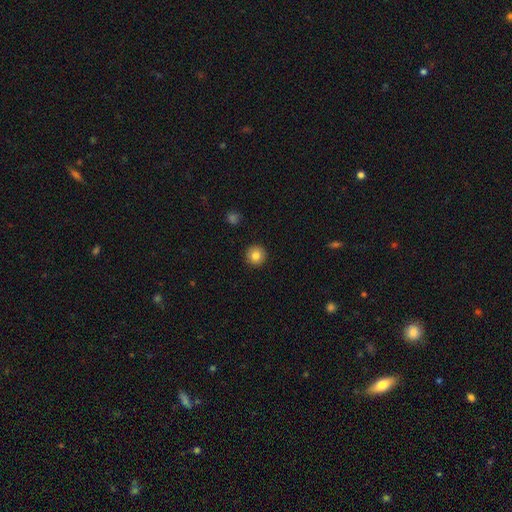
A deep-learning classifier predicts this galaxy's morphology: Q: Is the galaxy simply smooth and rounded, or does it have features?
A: smooth — 82%.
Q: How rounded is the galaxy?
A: round — 95%.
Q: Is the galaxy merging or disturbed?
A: none — 92%.